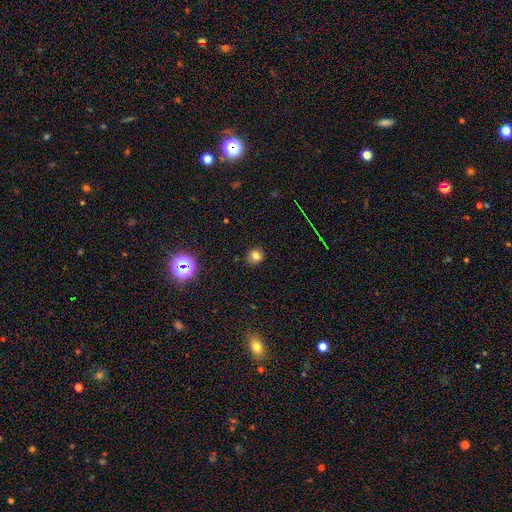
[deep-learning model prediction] A smooth galaxy with no disk features (73%) that is round (71%). Merging: none (83%).